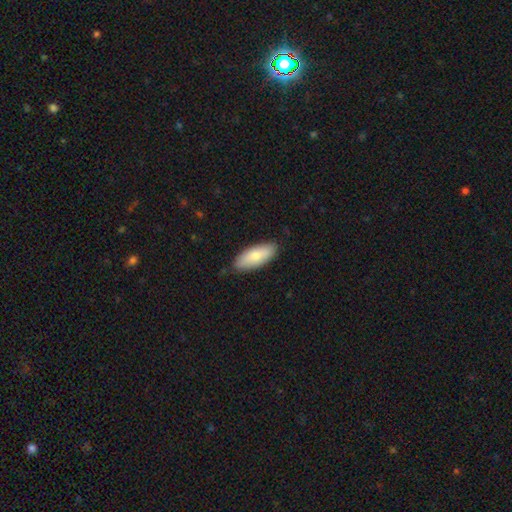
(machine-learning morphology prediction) smooth_or_featured: smooth (p=0.78) [alt: featured or disk p=0.16]
how_rounded: in between (p=0.82) [alt: cigar-shaped p=0.16]
merging: none (p=0.84) [alt: minor disturbance p=0.12]